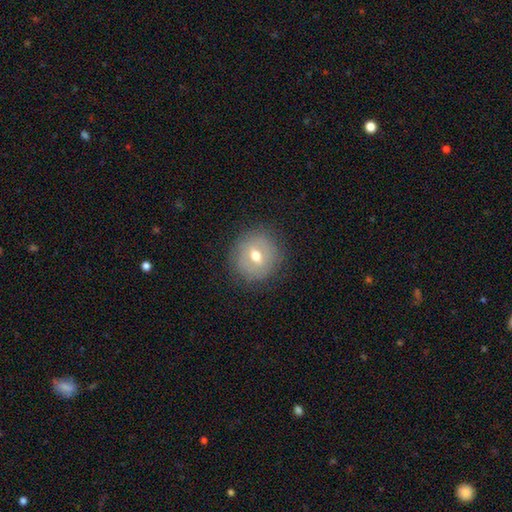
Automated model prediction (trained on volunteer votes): Smooth or featured? Predicted: smooth (p=0.57). How rounded? Predicted: round (p=0.89). Merging? Predicted: none (p=0.83).